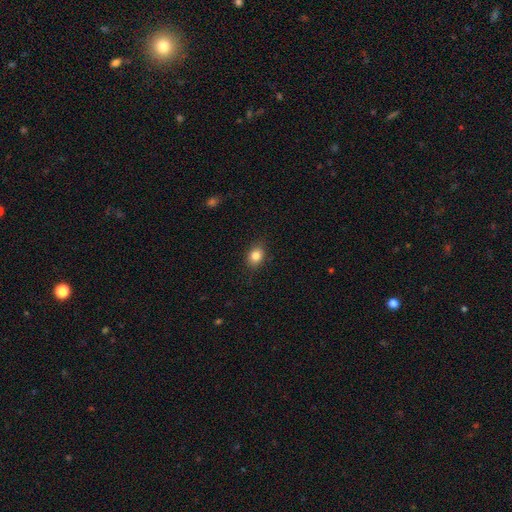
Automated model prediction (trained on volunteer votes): Overall: smooth (83%). How rounded: in between (59%; round 40%). Merging: none (85%).